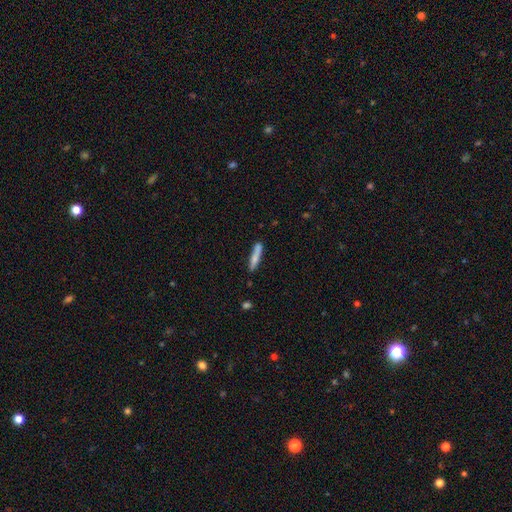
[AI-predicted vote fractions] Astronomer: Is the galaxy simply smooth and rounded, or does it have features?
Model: smooth — 76%.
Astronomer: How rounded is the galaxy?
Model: cigar-shaped — 91%.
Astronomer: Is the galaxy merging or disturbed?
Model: none — 77%.